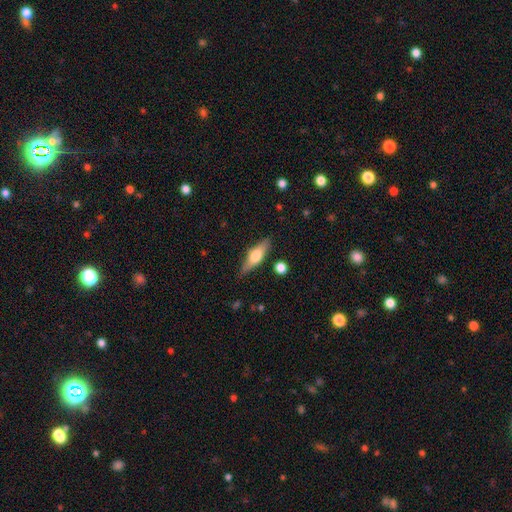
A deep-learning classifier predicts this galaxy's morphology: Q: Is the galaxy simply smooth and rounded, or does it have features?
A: smooth — 52%.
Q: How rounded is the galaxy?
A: cigar-shaped — 55%.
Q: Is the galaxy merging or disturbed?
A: none — 83%.